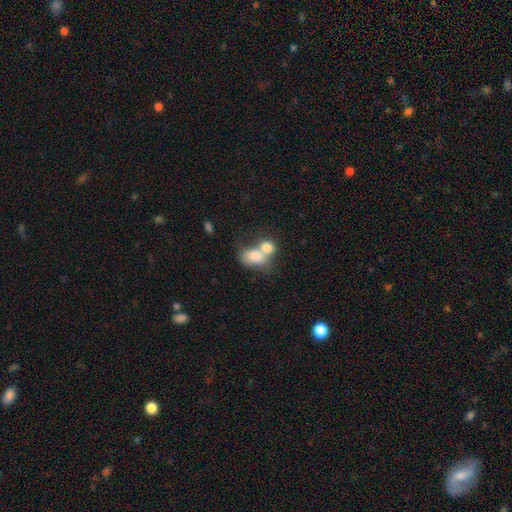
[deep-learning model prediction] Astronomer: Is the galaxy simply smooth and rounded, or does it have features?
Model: smooth — 75%.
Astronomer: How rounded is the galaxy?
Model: in between — 64%.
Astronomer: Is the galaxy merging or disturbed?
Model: merger — 70%.